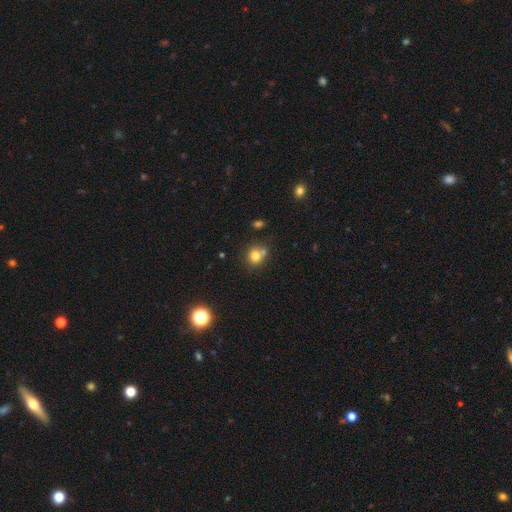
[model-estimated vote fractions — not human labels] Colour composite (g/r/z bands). It shows a smooth galaxy with no disk features (77%) that is round (81%). Merging: none (58%).